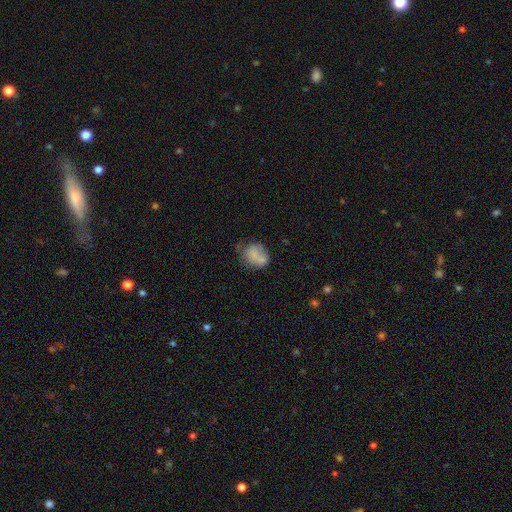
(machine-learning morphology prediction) A smooth galaxy with no disk features (73%) that is round (60%).

Vote fractions:
- Smooth or featured? smooth: 73% / featured or disk: 18% / star or artifact: 9%
- How rounded? round: 60% / in between: 39% / cigar-shaped: 1%
- Merging? none: 44% / minor disturbance: 28% / major disturbance: 14% / merger: 14%